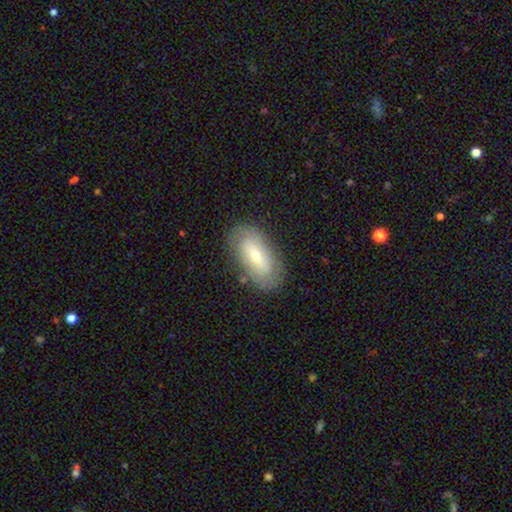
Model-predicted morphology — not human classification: Smooth or featured: smooth — 48% (featured or disk — 46%)
Merging: none — 82% (minor disturbance — 12%)